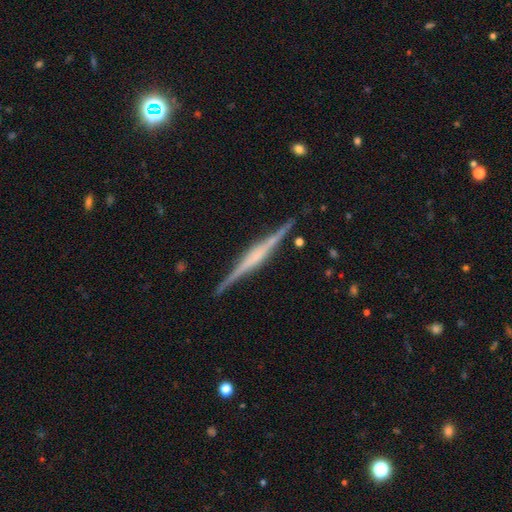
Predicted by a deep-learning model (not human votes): Smooth or featured?
  - featured or disk: 81% *
  - smooth: 13%
  - star or artifact: 5%
Edge-on disk?
  - yes: 98% *
  - no: 2%
Edge-on bulge?
  - boxy: 43% *
  - rounded: 38%
  - none: 19%
Merging?
  - none: 89% *
  - minor disturbance: 8%
  - major disturbance: 2%
  - merger: 1%